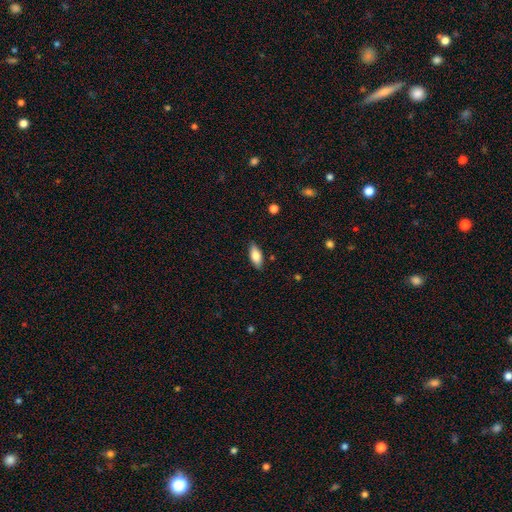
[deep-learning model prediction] This is likely a smooth galaxy (77%). How rounded: clearly in between (82%). Merging: clearly none (85%).